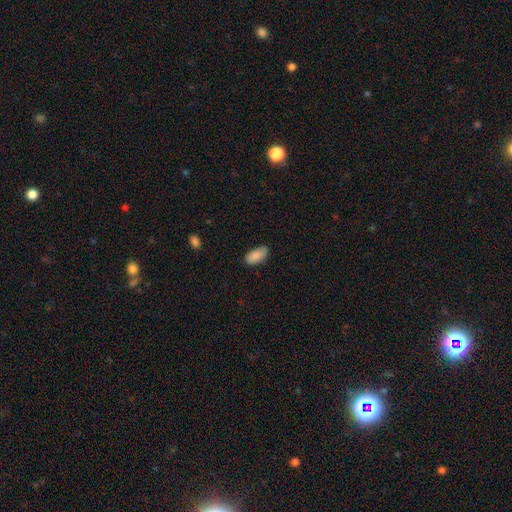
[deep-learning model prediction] The model was most divided on "merging": none: 76%, minor disturbance: 20%, major disturbance: 3%, merger: 1%. More confident: how rounded — in between (92%); smooth or featured — smooth (88%).